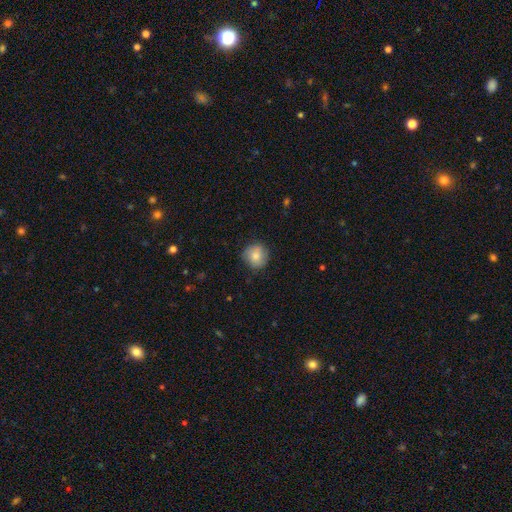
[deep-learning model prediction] Smooth or featured: smooth — 80% (featured or disk — 11%)
How rounded: round — 88% (in between — 11%)
Merging: none — 80% (minor disturbance — 15%)